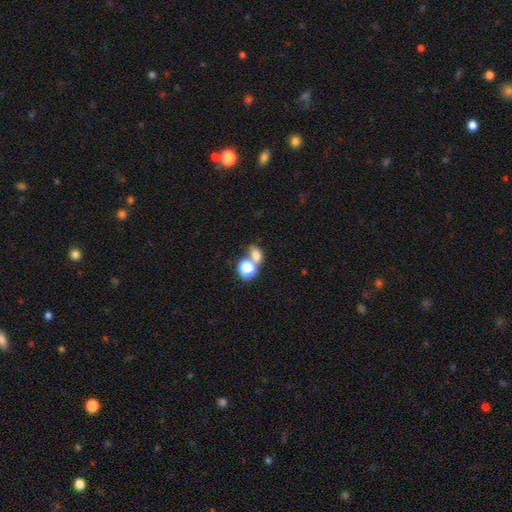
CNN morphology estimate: Q: Smooth or featured?
A: smooth (71%); runner-up: star or artifact (18%)
Q: How rounded?
A: in between (61%); runner-up: round (37%)
Q: Merging?
A: merger (43%); runner-up: none (41%)